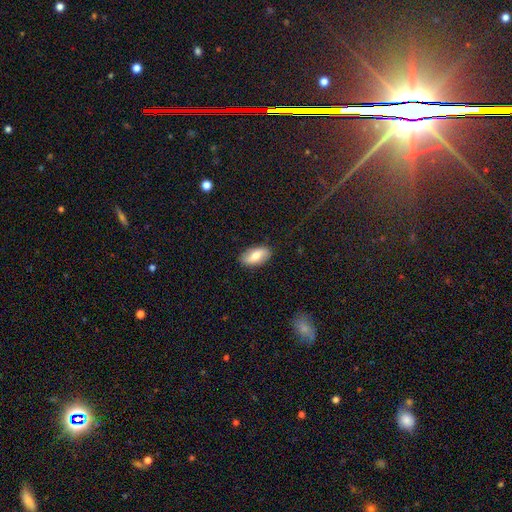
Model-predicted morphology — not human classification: The model was most divided on "smooth or featured": smooth: 67%, featured or disk: 26%, star or artifact: 6%. More confident: how rounded — in between (91%); merging — none (86%).